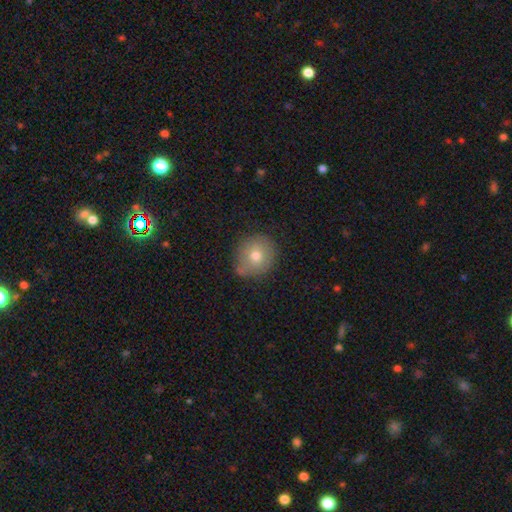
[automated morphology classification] smooth 75%, featured or disk 15%, star or artifact 11%. Down the decision tree: how rounded — round (85%); merging — none (75%).